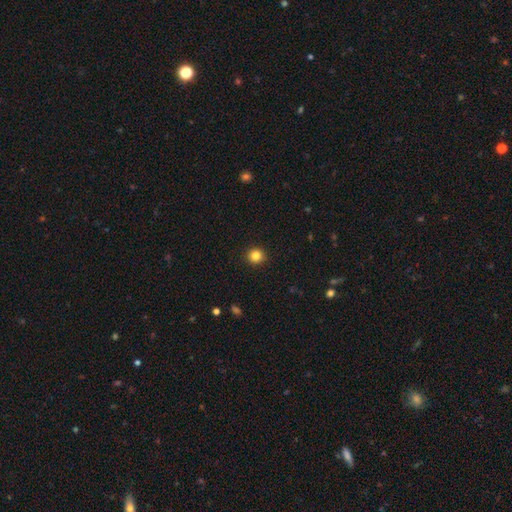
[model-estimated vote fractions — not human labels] This is clearly a smooth galaxy (84%). How rounded: clearly round (93%). Merging: clearly none (93%).